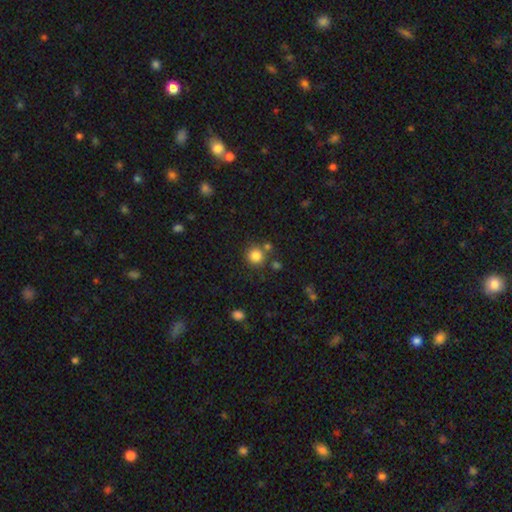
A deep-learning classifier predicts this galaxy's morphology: The model was most divided on "merging": none: 75%, merger: 12%, minor disturbance: 9%, major disturbance: 3%. More confident: how rounded — round (92%); smooth or featured — smooth (83%).